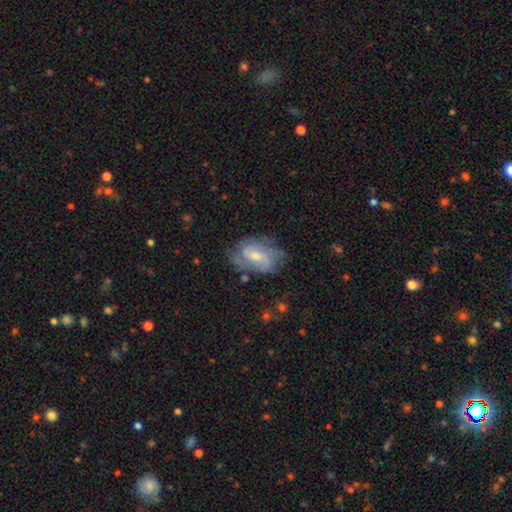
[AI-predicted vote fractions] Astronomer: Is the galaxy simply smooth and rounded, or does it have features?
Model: featured or disk — 72%.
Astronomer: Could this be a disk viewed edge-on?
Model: no — 96%.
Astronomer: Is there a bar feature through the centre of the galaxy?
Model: weak — 51% (runner-up: no, 32%).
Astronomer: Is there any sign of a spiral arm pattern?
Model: yes — 86%.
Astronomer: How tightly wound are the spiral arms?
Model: medium — 42% (runner-up: tight, 38%).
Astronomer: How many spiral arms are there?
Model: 2 — 43% (runner-up: can't tell, 32%).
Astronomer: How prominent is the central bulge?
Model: moderate — 48% (runner-up: small, 44%).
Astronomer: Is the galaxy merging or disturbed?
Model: none — 65%.